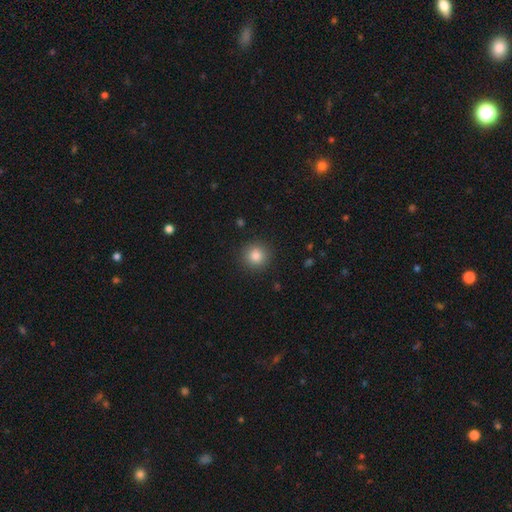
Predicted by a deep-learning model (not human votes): Smooth or featured? Predicted: smooth (p=0.85). How rounded? Predicted: round (p=0.93). Merging? Predicted: none (p=0.90).